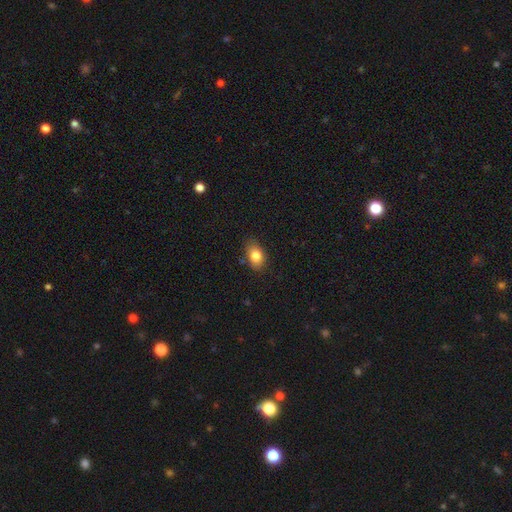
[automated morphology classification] type=smooth (82%); roundness=in between (81%); merging=none (79%).